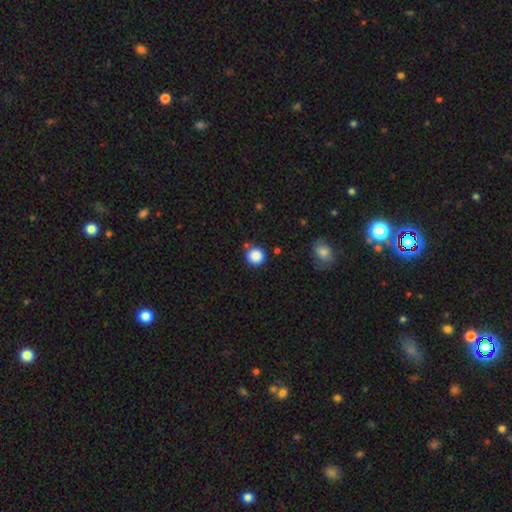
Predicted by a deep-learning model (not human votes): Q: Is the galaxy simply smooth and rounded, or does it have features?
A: smooth — 87%.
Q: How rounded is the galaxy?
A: round — 93%.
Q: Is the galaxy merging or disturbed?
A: none — 82%.